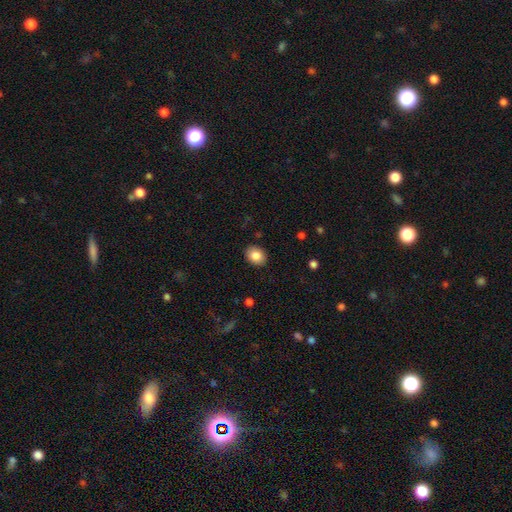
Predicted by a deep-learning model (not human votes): Q: Smooth or featured?
A: smooth (85%); runner-up: star or artifact (8%)
Q: How rounded?
A: in between (61%); runner-up: round (38%)
Q: Merging?
A: none (89%); runner-up: minor disturbance (8%)